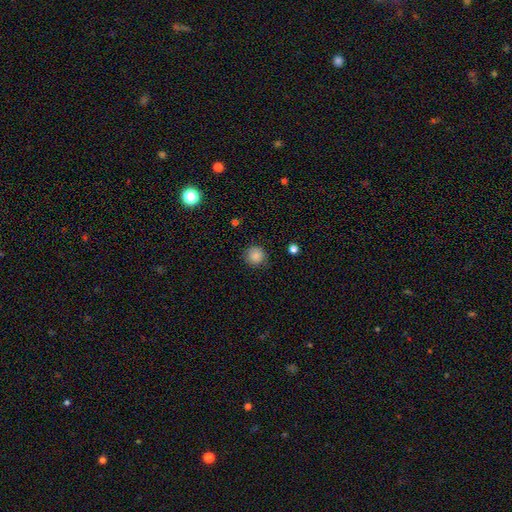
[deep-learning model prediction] The model was most divided on "merging": none: 85%, minor disturbance: 11%, major disturbance: 3%, merger: 1%. More confident: how rounded — round (93%); smooth or featured — smooth (85%).